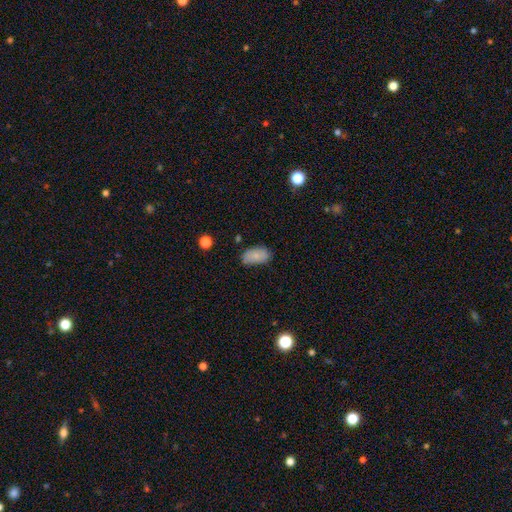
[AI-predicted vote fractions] Smooth or featured?
  - smooth: 81% *
  - featured or disk: 12%
  - star or artifact: 8%
How rounded?
  - in between: 93% *
  - round: 5%
  - cigar-shaped: 2%
Merging?
  - none: 75% *
  - minor disturbance: 19%
  - major disturbance: 4%
  - merger: 2%